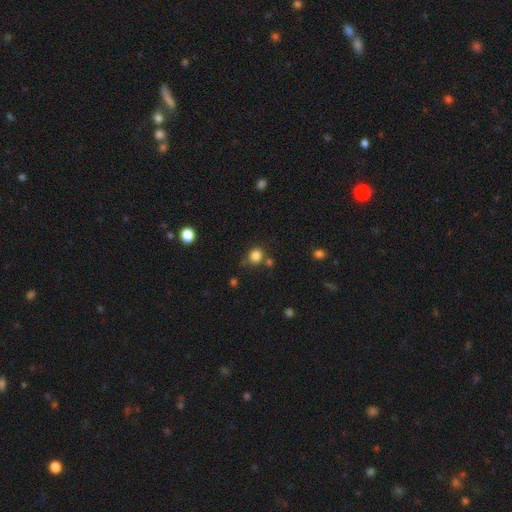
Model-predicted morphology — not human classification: Smooth or featured? Predicted: smooth (p=0.83). How rounded? Predicted: round (p=0.82). Merging? Predicted: none (p=0.70).